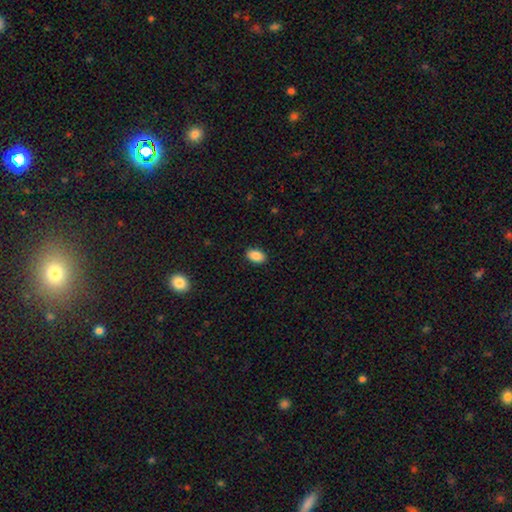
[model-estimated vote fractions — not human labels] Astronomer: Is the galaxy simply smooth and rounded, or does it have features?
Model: smooth — 87%.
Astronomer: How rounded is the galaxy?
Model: in between — 89%.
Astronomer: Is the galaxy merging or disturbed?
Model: none — 89%.